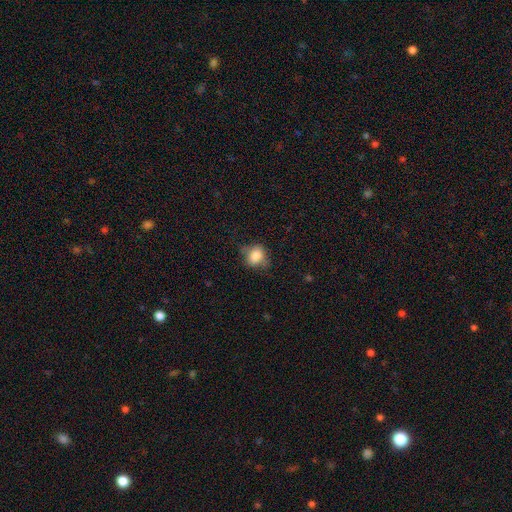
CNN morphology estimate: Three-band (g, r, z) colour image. It shows a smooth galaxy with no disk features (79%) that is round (53%). Merging: none (58%).